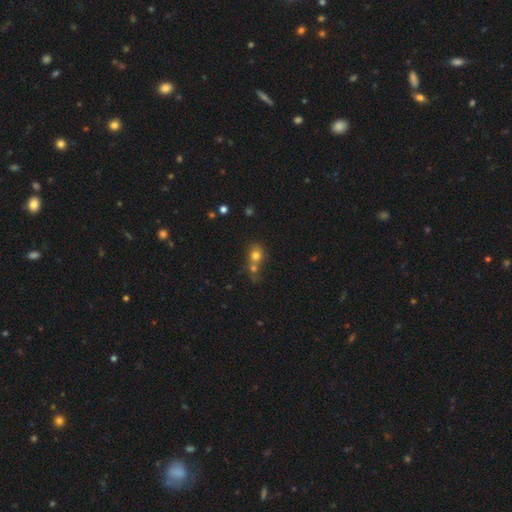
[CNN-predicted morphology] Smooth or featured?
  - smooth: 74% *
  - star or artifact: 14%
  - featured or disk: 12%
How rounded?
  - round: 68% *
  - in between: 30%
  - cigar-shaped: 1%
Merging?
  - merger: 49% *
  - none: 36%
  - minor disturbance: 10%
  - major disturbance: 5%